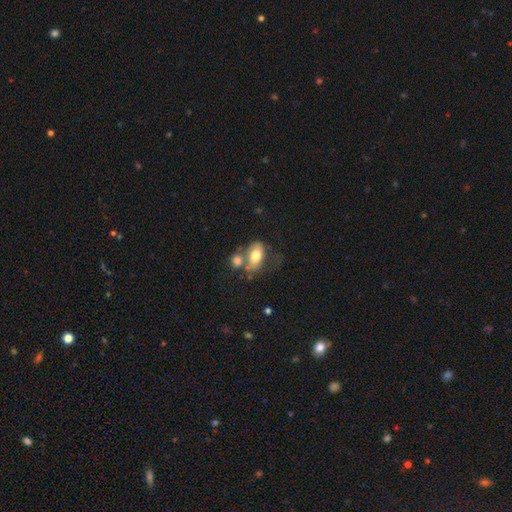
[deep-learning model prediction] The model was most divided on "merging": merger: 39%, none: 33%, minor disturbance: 16%, major disturbance: 11%. More confident: how rounded — in between (87%); smooth or featured — smooth (68%).